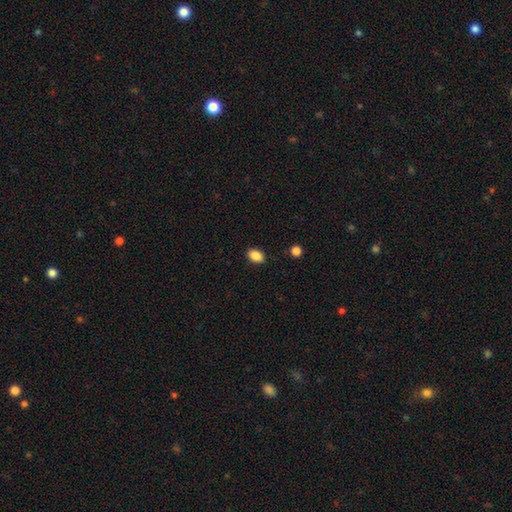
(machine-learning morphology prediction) This appears to be a smooth galaxy with no disk features (88%) that is in between round and cigar-shaped (82%). Merging: none (89%).